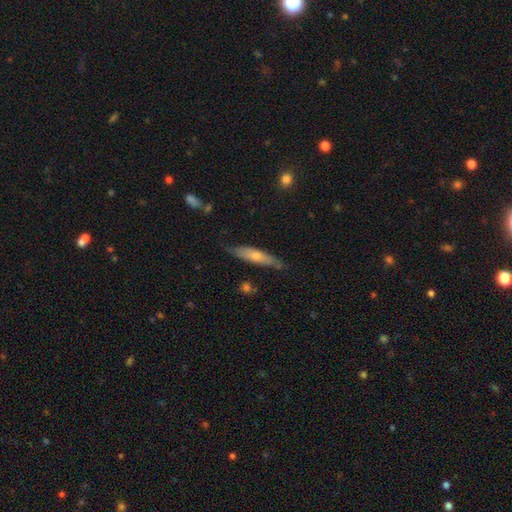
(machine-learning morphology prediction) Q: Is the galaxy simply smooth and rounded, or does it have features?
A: featured or disk — 57%.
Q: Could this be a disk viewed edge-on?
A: yes — 81%.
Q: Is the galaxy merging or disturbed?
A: none — 80%.